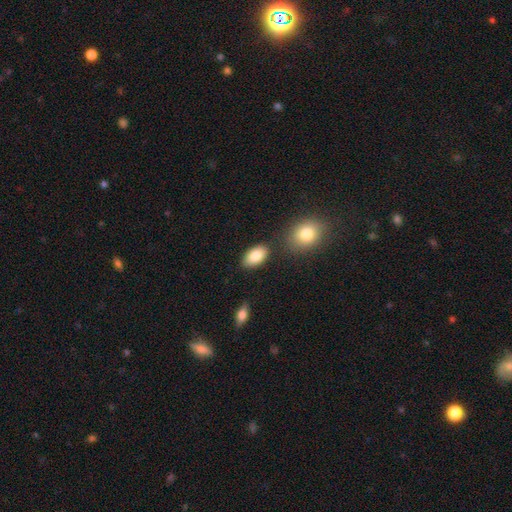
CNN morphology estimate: Smooth or featured: smooth — 86% (featured or disk — 7%)
How rounded: in between — 93% (round — 5%)
Merging: none — 81% (minor disturbance — 11%)